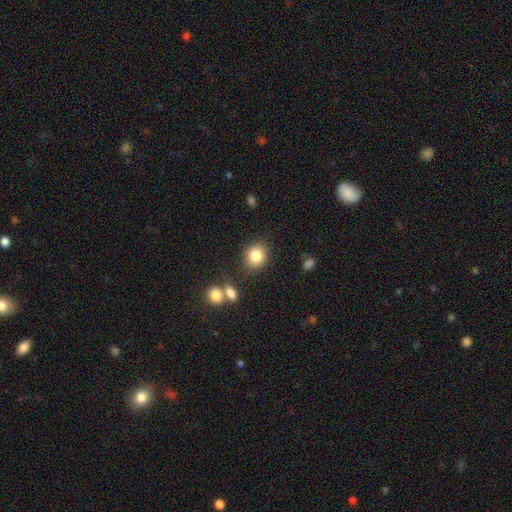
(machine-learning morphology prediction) Smooth or featured?
  - smooth: 84% *
  - star or artifact: 9%
  - featured or disk: 6%
How rounded?
  - round: 70% *
  - in between: 29%
  - cigar-shaped: 1%
Merging?
  - none: 81% *
  - minor disturbance: 10%
  - merger: 6%
  - major disturbance: 3%